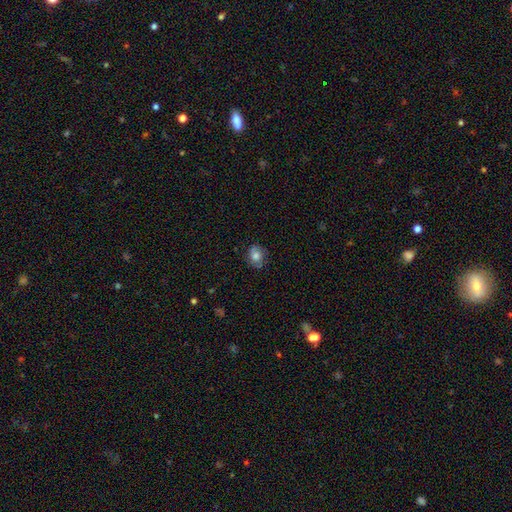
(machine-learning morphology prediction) type=smooth (74%); roundness=round (62%); merging=none (77%).